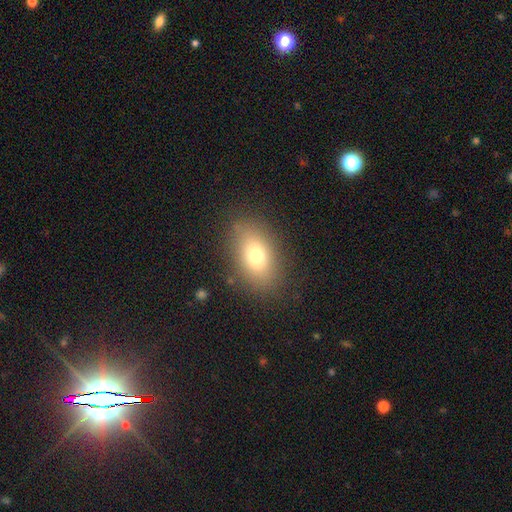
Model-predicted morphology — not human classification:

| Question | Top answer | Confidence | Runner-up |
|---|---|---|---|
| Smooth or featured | smooth | 77% | featured or disk (13%) |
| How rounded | in between | 87% | round (11%) |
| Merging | none | 84% | minor disturbance (11%) |